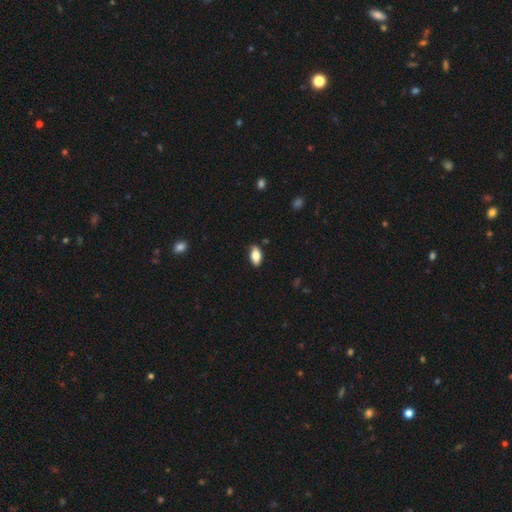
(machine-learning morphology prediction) A smooth galaxy with no disk features (78%) that is in between round and cigar-shaped (90%).

Vote fractions:
- Smooth or featured? smooth: 78% / featured or disk: 15% / star or artifact: 7%
- How rounded? in between: 90% / cigar-shaped: 6% / round: 4%
- Merging? none: 86% / minor disturbance: 11% / major disturbance: 2% / merger: 1%